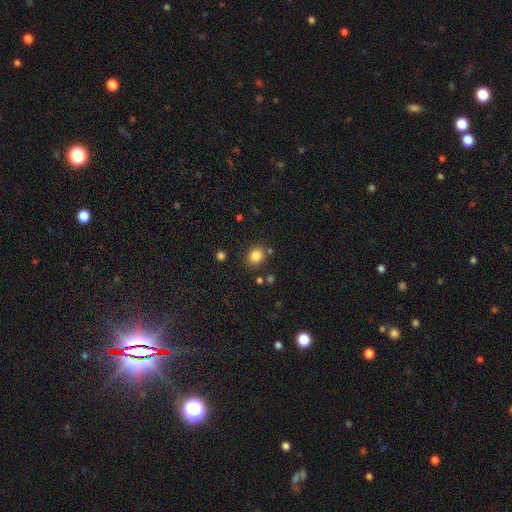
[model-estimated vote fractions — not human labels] smooth-or-featured: smooth: 84% | star or artifact: 11% | featured or disk: 5%
  how-rounded: round: 68% | in between: 31% | cigar-shaped: 1%
  merging: none: 81% | minor disturbance: 10% | merger: 6% | major disturbance: 3%